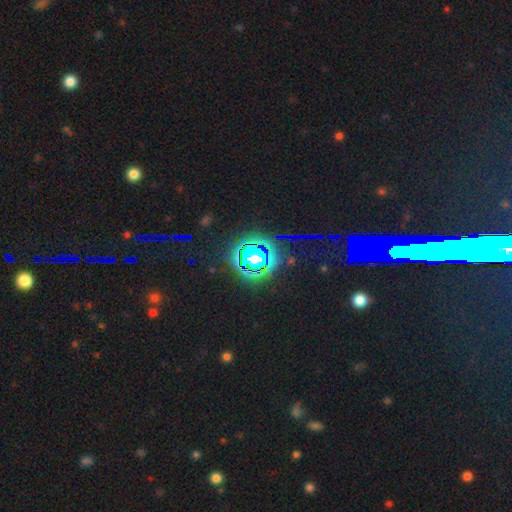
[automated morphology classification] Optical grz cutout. It shows a star or artifact, not a galaxy (80%).